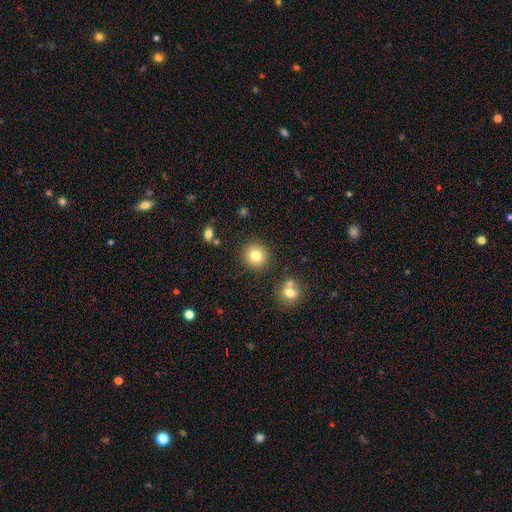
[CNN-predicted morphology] This is clearly a smooth galaxy (81%). How rounded: clearly round (93%). Merging: clearly none (87%).